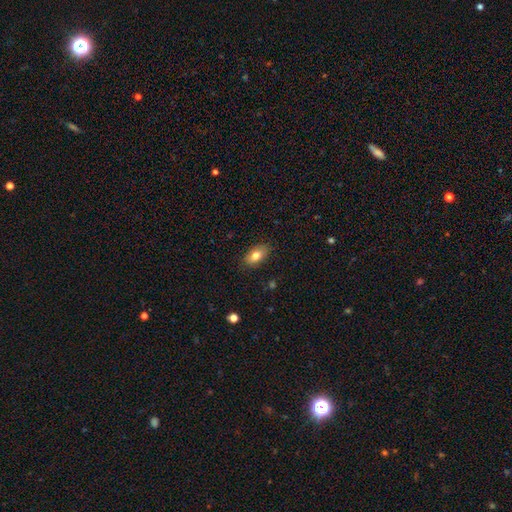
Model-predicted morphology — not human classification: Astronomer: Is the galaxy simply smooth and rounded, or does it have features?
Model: smooth — 77%.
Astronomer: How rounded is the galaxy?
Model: in between — 91%.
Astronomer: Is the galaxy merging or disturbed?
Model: none — 86%.